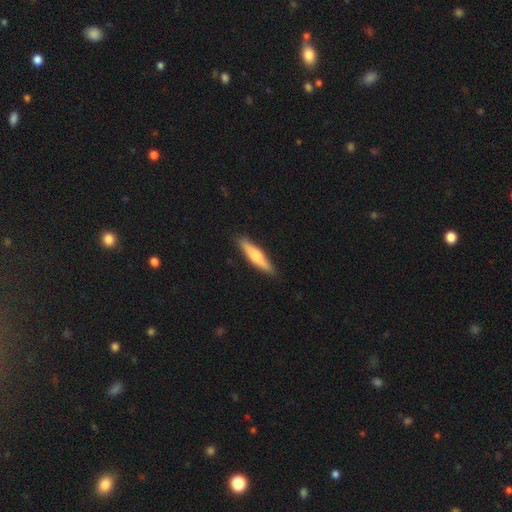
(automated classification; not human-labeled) Smooth or featured?
  - smooth: 53% *
  - featured or disk: 42%
  - star or artifact: 5%
How rounded?
  - cigar-shaped: 84% *
  - in between: 15%
  - round: 2%
Merging?
  - none: 89% *
  - minor disturbance: 8%
  - major disturbance: 2%
  - merger: 1%